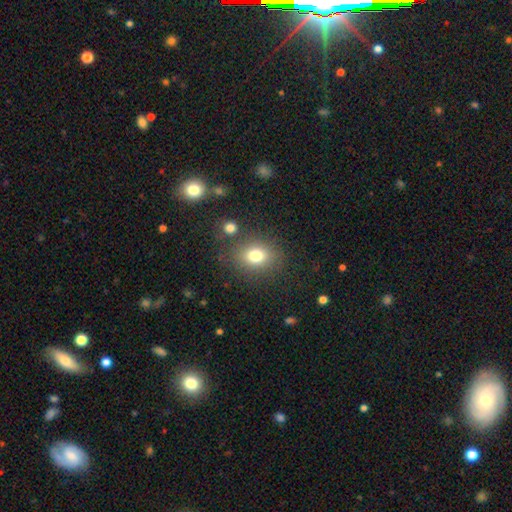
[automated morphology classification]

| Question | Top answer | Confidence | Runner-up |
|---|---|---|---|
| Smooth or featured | smooth | 78% | star or artifact (13%) |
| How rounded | in between | 49% | tied: round (49%) |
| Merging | none | 78% | minor disturbance (12%) |